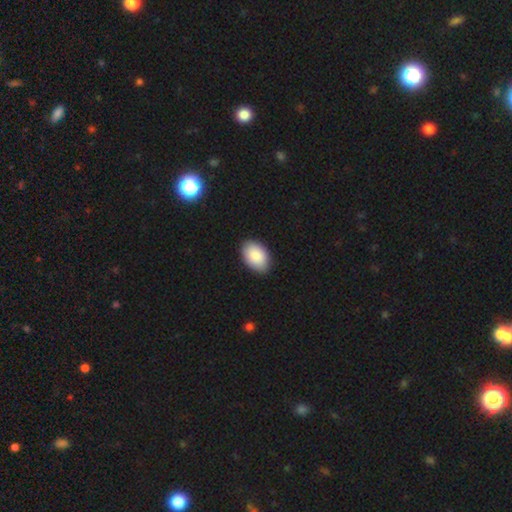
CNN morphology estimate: smooth_or_featured: smooth (p=0.89) [alt: star or artifact p=0.06]
how_rounded: in between (p=0.91) [alt: round p=0.08]
merging: none (p=0.88) [alt: minor disturbance p=0.10]